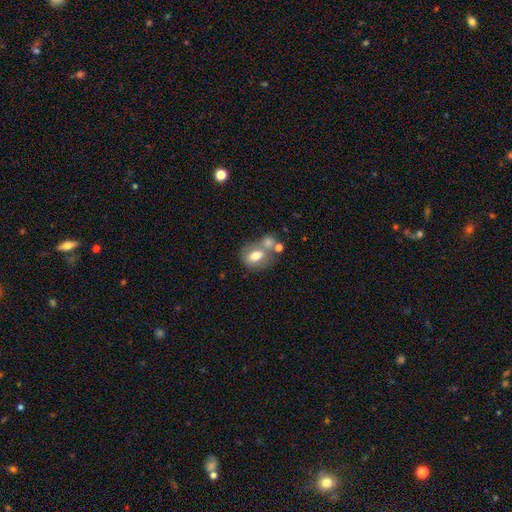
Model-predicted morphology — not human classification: Smooth or featured?
  - smooth: 68% *
  - featured or disk: 24%
  - star or artifact: 8%
How rounded?
  - in between: 65% *
  - round: 34%
  - cigar-shaped: 2%
Merging?
  - merger: 43% *
  - none: 37%
  - minor disturbance: 13%
  - major disturbance: 7%